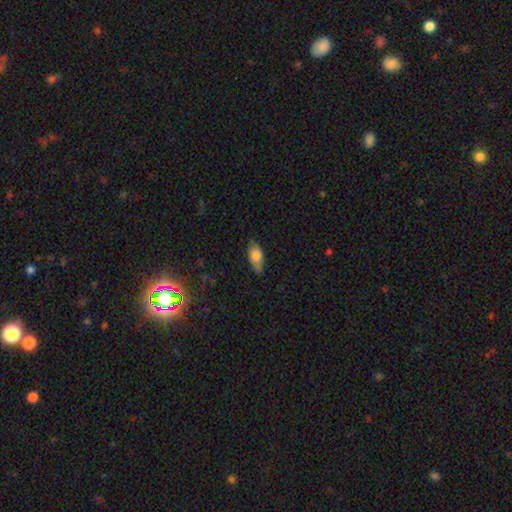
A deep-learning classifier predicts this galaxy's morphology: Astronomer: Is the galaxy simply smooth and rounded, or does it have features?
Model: smooth — 71%.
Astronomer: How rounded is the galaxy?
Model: in between — 80%.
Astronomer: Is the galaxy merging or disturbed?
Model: none — 76%.